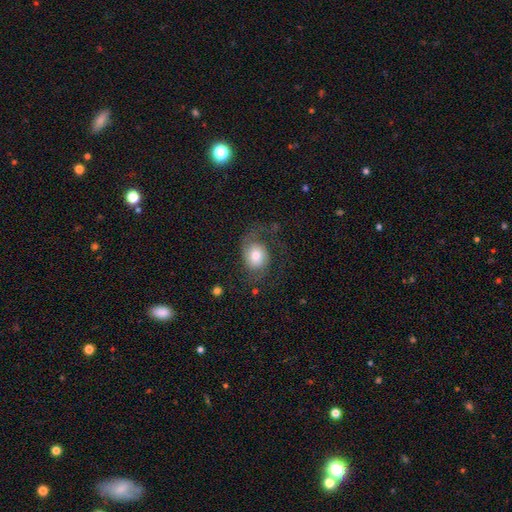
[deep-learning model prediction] Smooth or featured: featured or disk — 50% (smooth — 42%)
Merging: none — 47% (major disturbance — 32%)